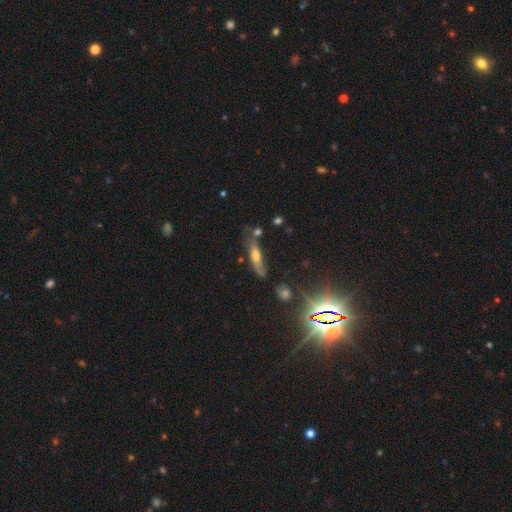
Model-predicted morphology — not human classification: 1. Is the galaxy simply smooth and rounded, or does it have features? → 49% smooth, 39% featured or disk, 12% star or artifact.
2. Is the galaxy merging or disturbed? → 56% none, 25% minor disturbance, 10% major disturbance, 9% merger.